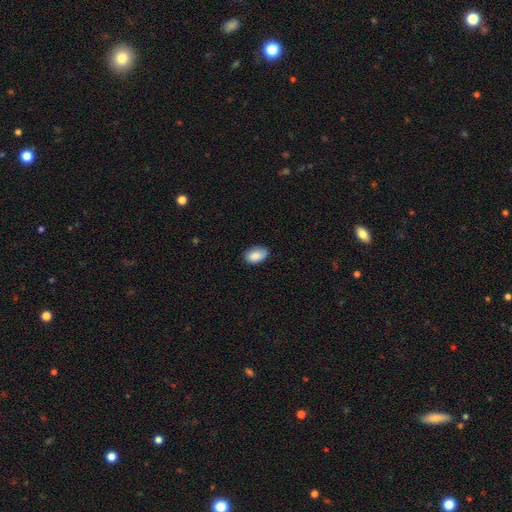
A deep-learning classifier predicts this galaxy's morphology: Smooth or featured: smooth — 86% (featured or disk — 7%)
How rounded: in between — 90% (round — 8%)
Merging: none — 73% (minor disturbance — 22%)